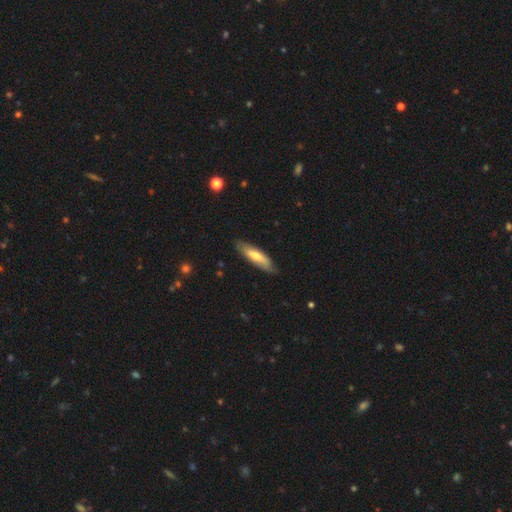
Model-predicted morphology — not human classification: A smooth galaxy with no disk features (64%) that is cigar-shaped (62%).

Vote fractions:
- Smooth or featured? smooth: 64% / featured or disk: 31% / star or artifact: 5%
- How rounded? cigar-shaped: 62% / in between: 36% / round: 2%
- Merging? none: 81% / minor disturbance: 15% / major disturbance: 3% / merger: 1%